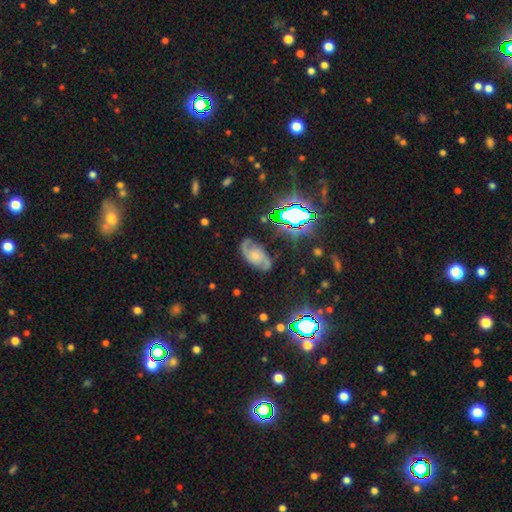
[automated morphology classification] Smooth or featured?
  - featured or disk: 73% *
  - smooth: 16%
  - star or artifact: 11%
Edge-on disk?
  - no: 95% *
  - yes: 5%
Bar?
  - no: 65% *
  - weak: 29%
  - strong: 6%
Spiral arms?
  - yes: 94% *
  - no: 6%
Spiral winding?
  - medium: 49% *
  - loose: 28%
  - tight: 23%
Spiral arm count?
  - 2: 86% *
  - can't tell: 7%
  - 1: 3%
  - 3: 2%
  - 4: 1%
  - more than 4: 1%
Bulge size?
  - small: 37% *
  - moderate: 32%
  - none: 20%
  - large: 9%
  - dominant: 2%
Merging?
  - none: 70% *
  - minor disturbance: 19%
  - major disturbance: 9%
  - merger: 3%